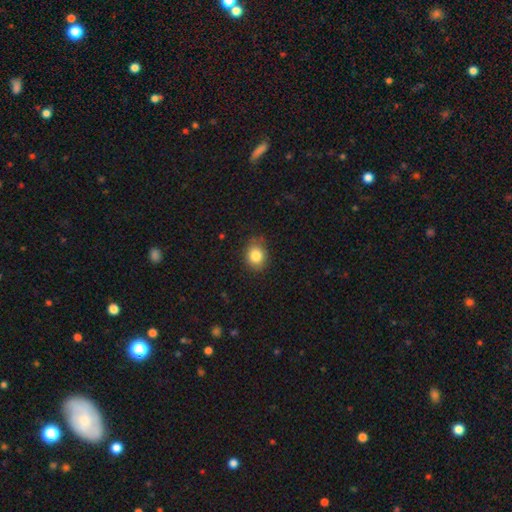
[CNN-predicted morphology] Smooth or featured? smooth (84%)
How rounded? round (63%)
Merging? none (83%)